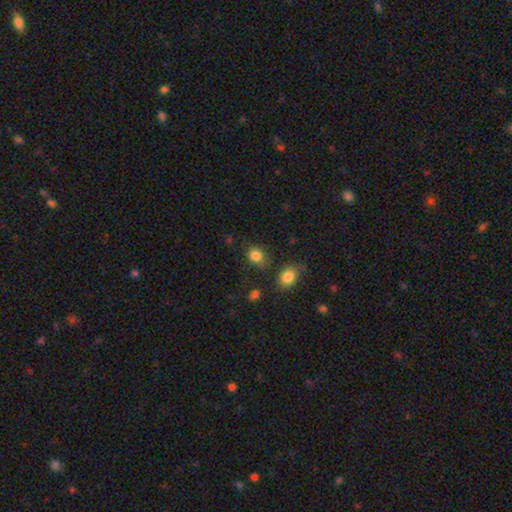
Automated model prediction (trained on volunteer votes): Q: Smooth or featured?
A: smooth (84%); runner-up: star or artifact (10%)
Q: How rounded?
A: round (52%); runner-up: in between (47%)
Q: Merging?
A: none (71%); runner-up: minor disturbance (19%)